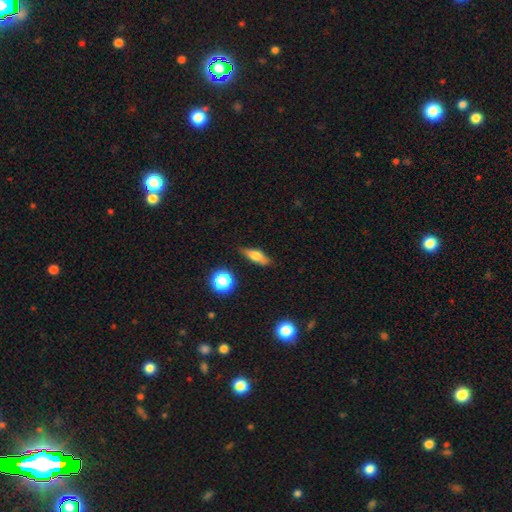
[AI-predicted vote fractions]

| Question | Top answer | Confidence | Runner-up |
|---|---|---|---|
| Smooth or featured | smooth | 61% | featured or disk (29%) |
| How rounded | in between | 53% | cigar-shaped (40%) |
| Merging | none | 81% | minor disturbance (14%) |